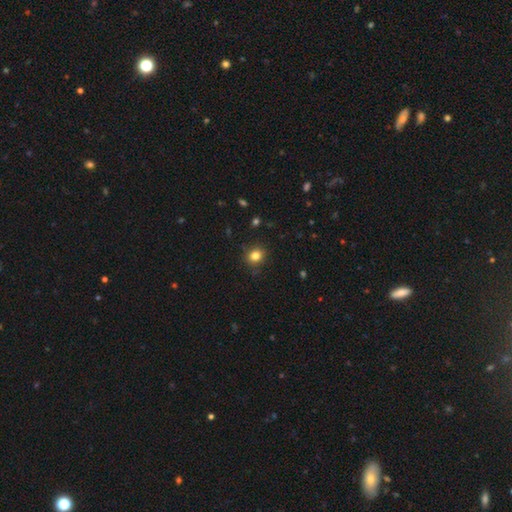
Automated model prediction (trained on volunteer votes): smooth_or_featured: smooth (p=0.83) [alt: star or artifact p=0.12]
how_rounded: round (p=0.74) [alt: in between p=0.25]
merging: none (p=0.86) [alt: minor disturbance p=0.10]